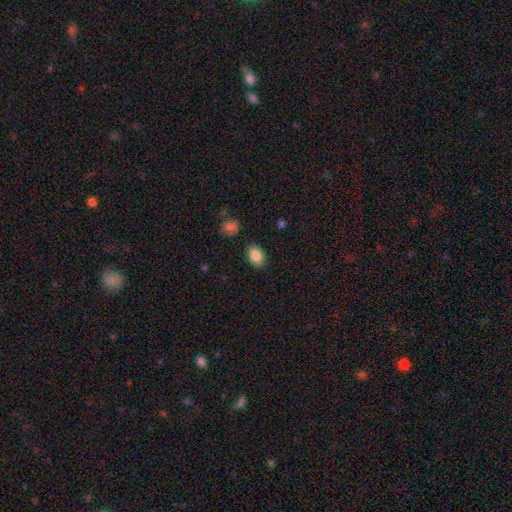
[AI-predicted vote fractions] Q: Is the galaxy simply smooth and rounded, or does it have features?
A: smooth — 86%.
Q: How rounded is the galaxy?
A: in between — 81%.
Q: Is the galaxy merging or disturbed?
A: none — 87%.